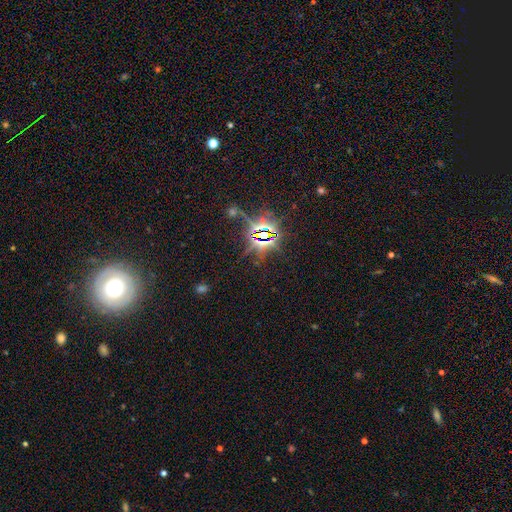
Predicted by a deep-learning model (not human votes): Smooth or featured? star or artifact (84%)